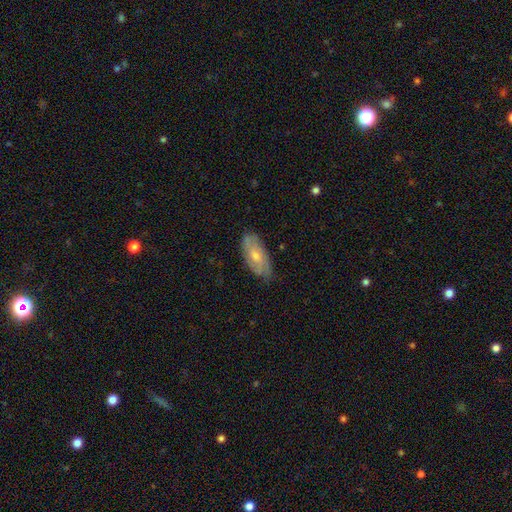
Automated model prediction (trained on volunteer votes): Smooth or featured? featured or disk (53%)
Edge-on disk? no (85%)
Merging? none (78%)